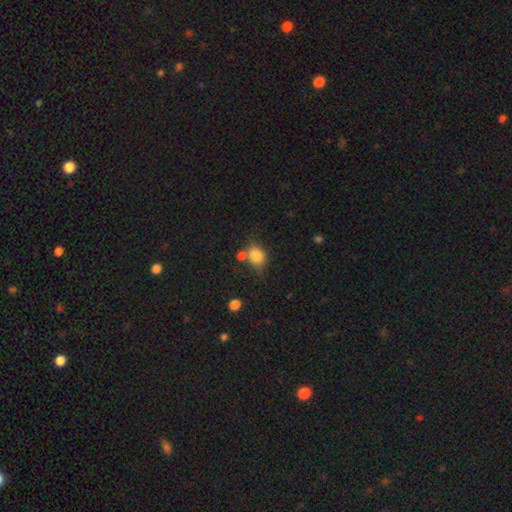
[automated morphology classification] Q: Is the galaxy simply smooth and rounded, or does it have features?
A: smooth — 83%.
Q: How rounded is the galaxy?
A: in between — 52%.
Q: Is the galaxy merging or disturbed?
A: none — 53%.